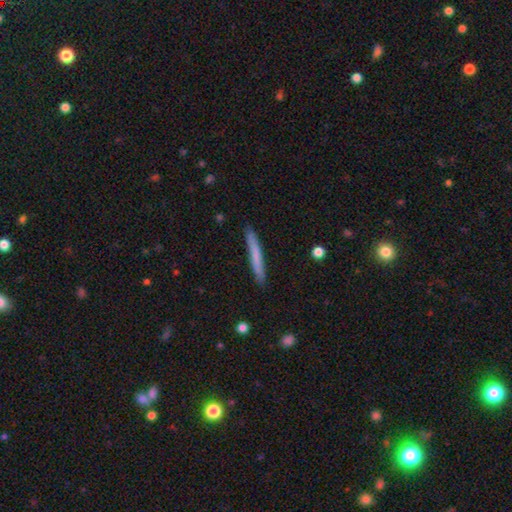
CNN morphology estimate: smooth 70%, featured or disk 25%, star or artifact 5%. Down the decision tree: how rounded — cigar-shaped (97%); merging — none (90%).